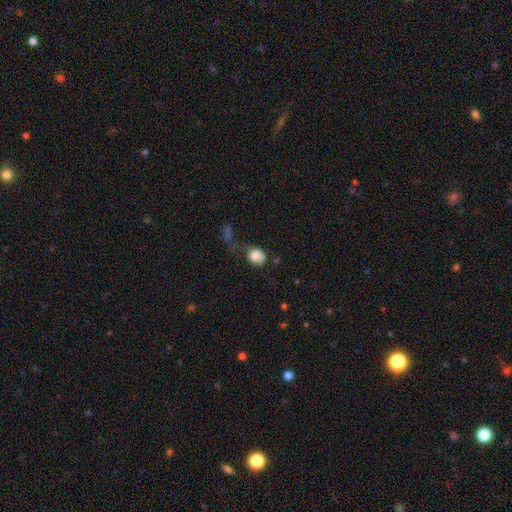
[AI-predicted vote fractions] A smooth galaxy with no disk features (80%) that is round (54%).

Vote fractions:
- Smooth or featured? smooth: 80% / featured or disk: 12% / star or artifact: 8%
- How rounded? round: 54% / in between: 45% / cigar-shaped: 1%
- Merging? major disturbance: 33% / none: 30% / minor disturbance: 28% / merger: 9%